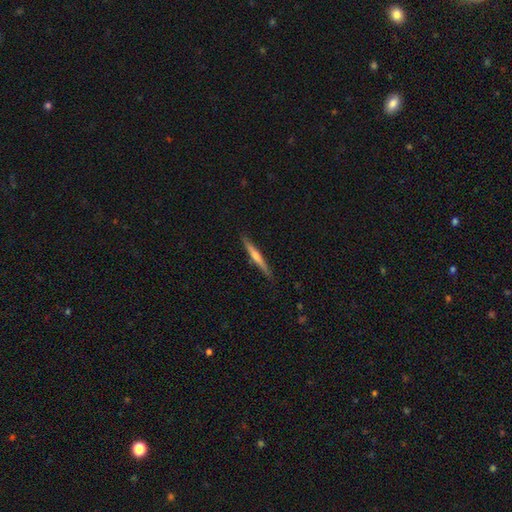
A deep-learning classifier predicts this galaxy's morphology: Smooth or featured: featured or disk — 63% (smooth — 31%)
Edge-on disk: yes — 97% (no — 3%)
Edge-on bulge: rounded — 71% (none — 23%)
Merging: none — 90% (minor disturbance — 8%)